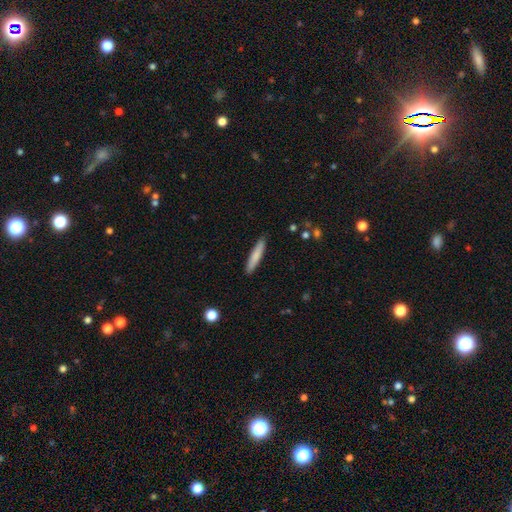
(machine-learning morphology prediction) A smooth galaxy with no disk features (79%) that is cigar-shaped (91%). Merging: none (91%).